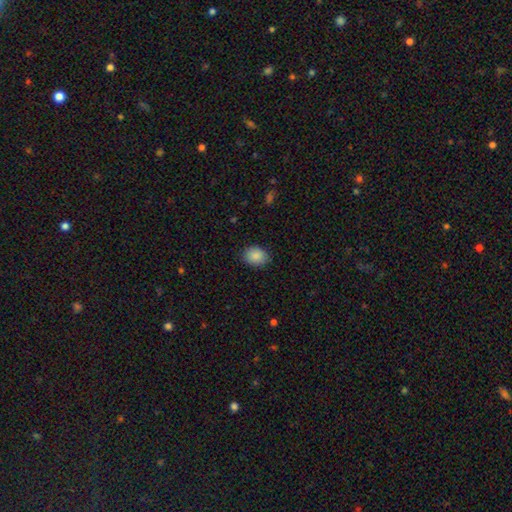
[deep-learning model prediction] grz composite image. It shows a smooth galaxy with no disk features (87%) that is in between round and cigar-shaped (55%). Merging: none (85%).